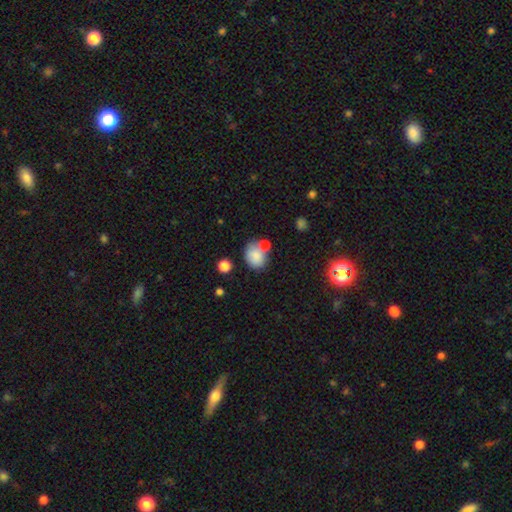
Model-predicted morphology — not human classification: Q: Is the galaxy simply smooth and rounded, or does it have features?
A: smooth — 82%.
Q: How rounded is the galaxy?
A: round — 59%.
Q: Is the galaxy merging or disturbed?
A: none — 53%.